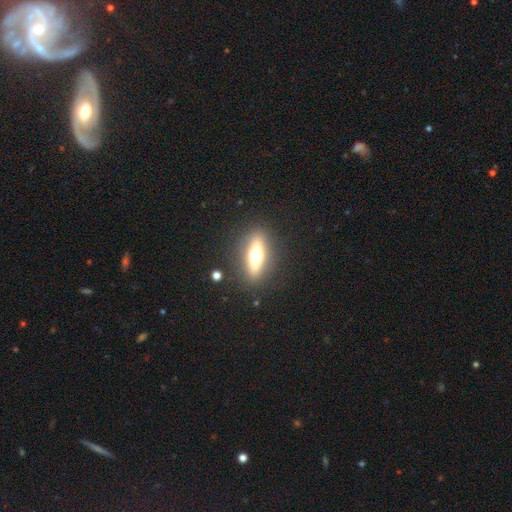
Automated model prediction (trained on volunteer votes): Q: Smooth or featured?
A: featured or disk (49%); runner-up: smooth (42%)
Q: Merging?
A: none (86%); runner-up: minor disturbance (8%)